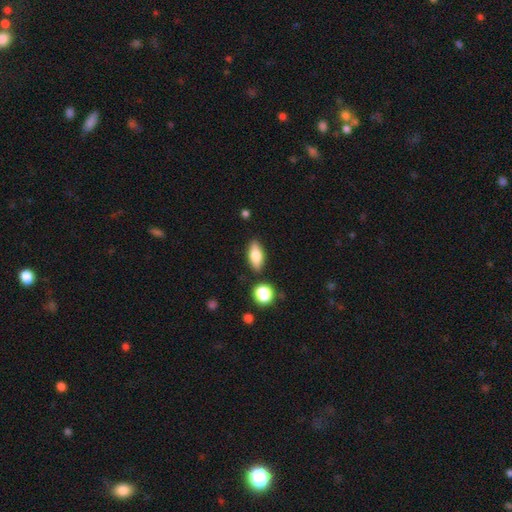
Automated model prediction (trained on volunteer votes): Morphology: type=smooth (72%); roundness=in between (79%); merging=none (85%).